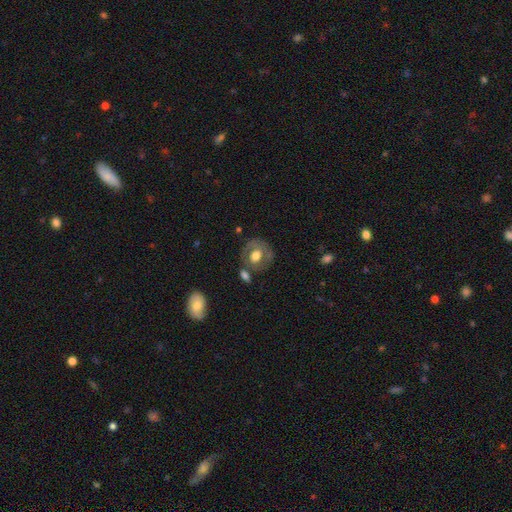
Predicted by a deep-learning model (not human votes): This appears to be a smooth galaxy with no disk features (48%). Merging: none (65%).